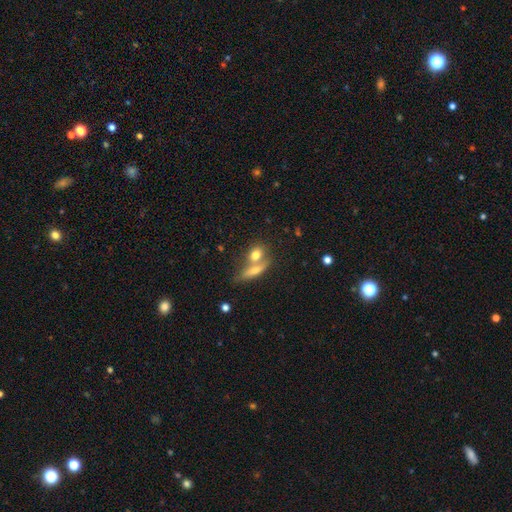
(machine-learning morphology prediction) smooth 72%, featured or disk 20%, star or artifact 8%. Down the decision tree: how rounded — in between (54%); merging — merger (51%).